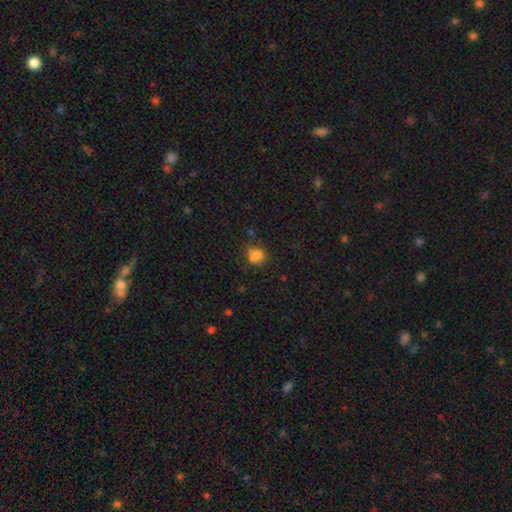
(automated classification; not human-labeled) smooth 77%, star or artifact 13%, featured or disk 10%. Down the decision tree: how rounded — round (55%); merging — none (55%).